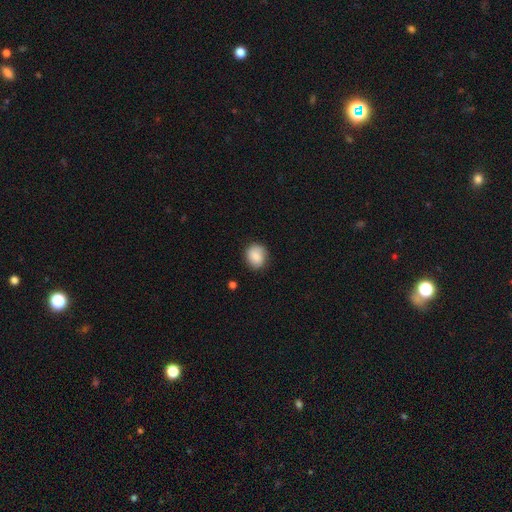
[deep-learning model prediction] Q: Smooth or featured?
A: smooth (85%); runner-up: star or artifact (7%)
Q: How rounded?
A: round (67%); runner-up: in between (32%)
Q: Merging?
A: none (81%); runner-up: minor disturbance (15%)